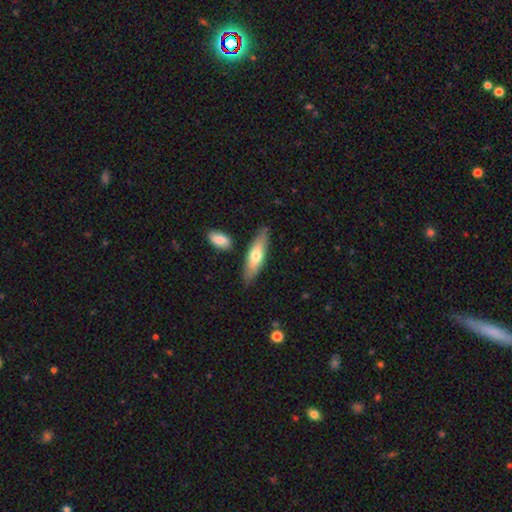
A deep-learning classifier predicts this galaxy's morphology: type=smooth (61%); roundness=cigar-shaped (54%); merging=none (78%).